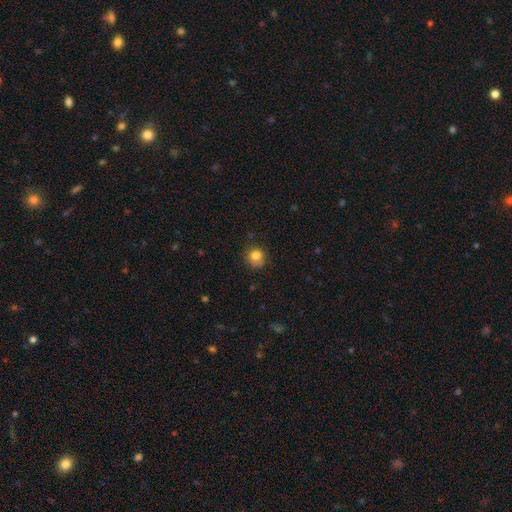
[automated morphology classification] smooth-or-featured: smooth: 81% | star or artifact: 11% | featured or disk: 8%
  how-rounded: round: 82% | in between: 17% | cigar-shaped: 1%
  merging: none: 68% | minor disturbance: 23% | major disturbance: 6% | merger: 2%